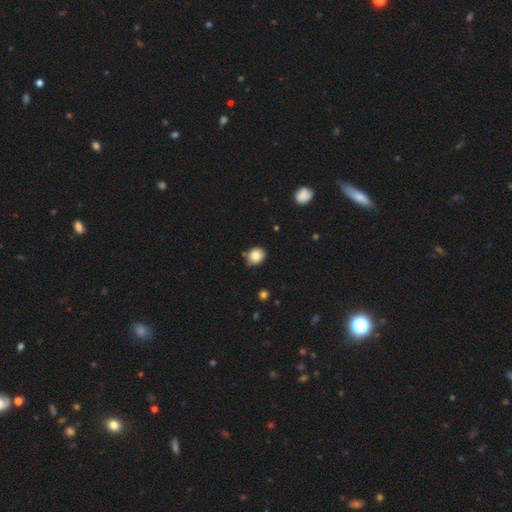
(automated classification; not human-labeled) Smooth or featured? smooth (83%)
How rounded? round (67%)
Merging? none (76%)